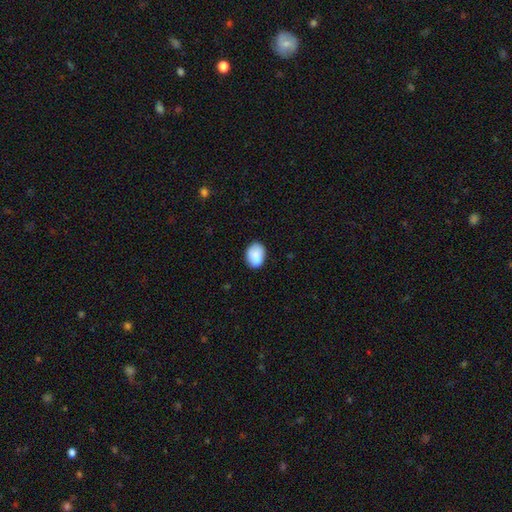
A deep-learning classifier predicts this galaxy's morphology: A smooth galaxy with no disk features (82%) that is in between round and cigar-shaped (68%). Merging: none (71%).